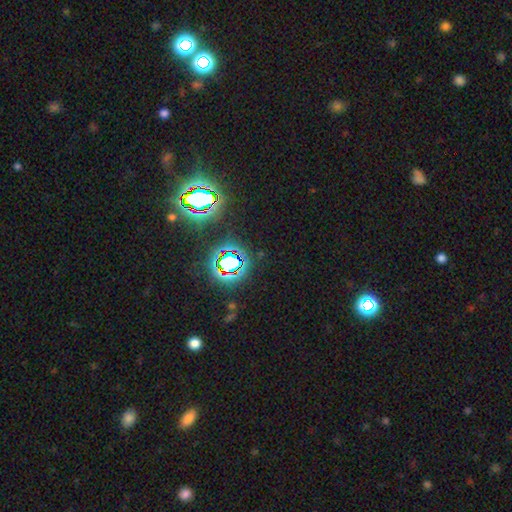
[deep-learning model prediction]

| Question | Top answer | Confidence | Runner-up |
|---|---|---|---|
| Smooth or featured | star or artifact | 79% | smooth (13%) |